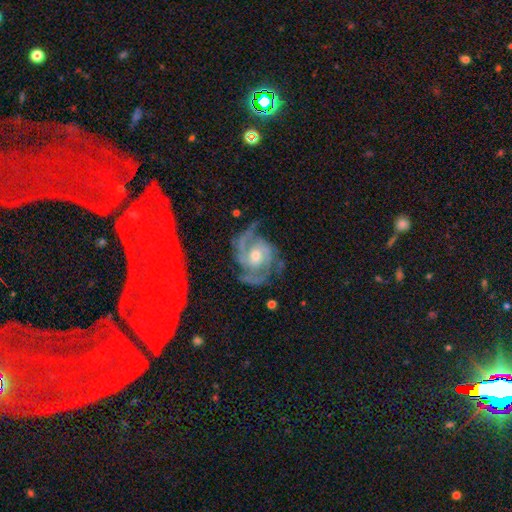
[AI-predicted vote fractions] A featured or disk galaxy (88%) with no bar (69%), 2 (37%) tight (47%) spiral arms (97%) and a moderate central bulge (68%).

Vote fractions:
- Smooth or featured? featured or disk: 88% / smooth: 7% / star or artifact: 5%
- Edge-on disk? no: 97% / yes: 3%
- Bar? no: 69% / weak: 25% / strong: 7%
- Spiral arms? yes: 97% / no: 3%
- Spiral winding? tight: 47% / medium: 43% / loose: 10%
- Spiral arm count? 2: 37% / 3: 35% / can't tell: 13% / 4: 6% / 1: 5% / more than 4: 4%
- Bulge size? moderate: 68% / small: 24% / large: 6% / none: 1% / dominant: 1%
- Merging? none: 59% / minor disturbance: 21% / major disturbance: 16% / merger: 4%